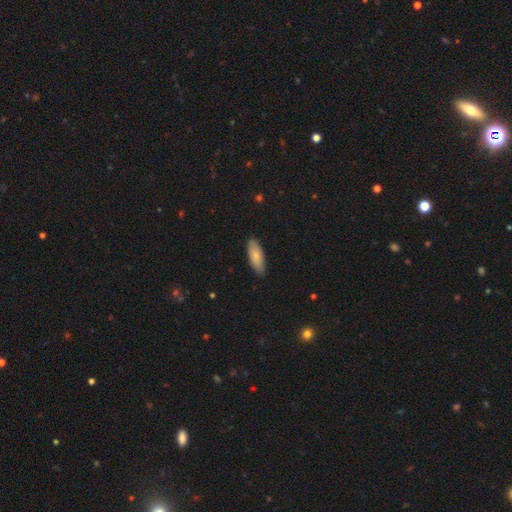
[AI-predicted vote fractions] Morphology: type=smooth (77%); roundness=in between (71%); merging=none (82%).